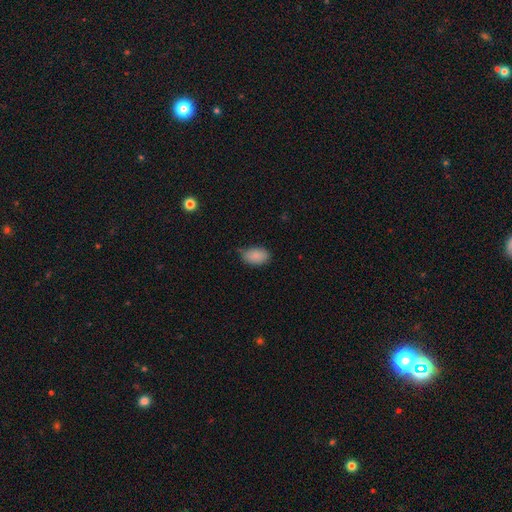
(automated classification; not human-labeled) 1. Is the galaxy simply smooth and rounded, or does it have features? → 87% smooth, 8% star or artifact, 5% featured or disk.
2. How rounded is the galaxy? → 91% in between, 8% round, 2% cigar-shaped.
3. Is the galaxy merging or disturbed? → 59% none, 33% minor disturbance, 6% major disturbance, 2% merger.